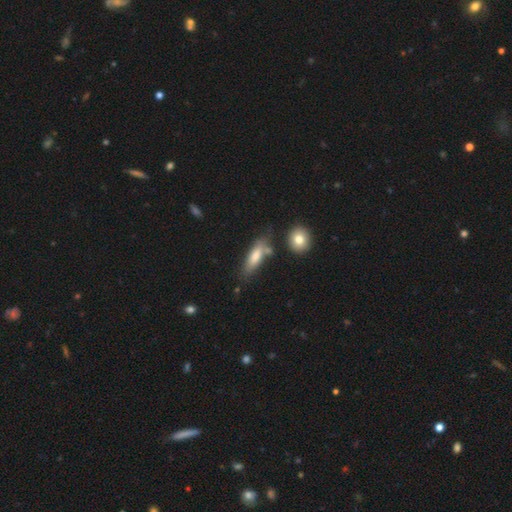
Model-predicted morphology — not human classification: A smooth galaxy with no disk features (69%) that is in between round and cigar-shaped (49%).

Vote fractions:
- Smooth or featured? smooth: 69% / featured or disk: 24% / star or artifact: 8%
- How rounded? in between: 49% / cigar-shaped: 48% / round: 3%
- Merging? none: 60% / minor disturbance: 21% / merger: 13% / major disturbance: 7%